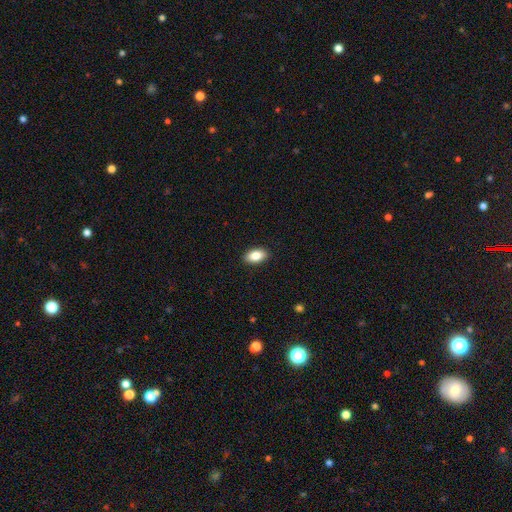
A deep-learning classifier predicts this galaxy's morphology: Smooth or featured?
  - smooth: 86% *
  - star or artifact: 7%
  - featured or disk: 7%
How rounded?
  - in between: 92% *
  - round: 6%
  - cigar-shaped: 2%
Merging?
  - none: 90% *
  - minor disturbance: 7%
  - major disturbance: 2%
  - merger: 1%